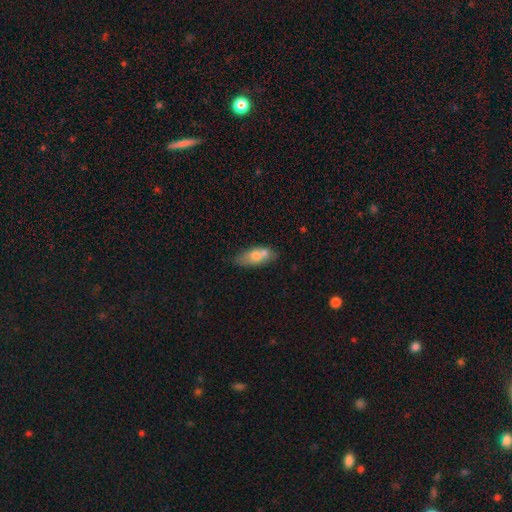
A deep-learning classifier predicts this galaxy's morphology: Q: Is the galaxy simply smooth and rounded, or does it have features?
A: smooth — 69%.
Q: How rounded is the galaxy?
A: in between — 80%.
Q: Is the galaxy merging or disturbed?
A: none — 51%.